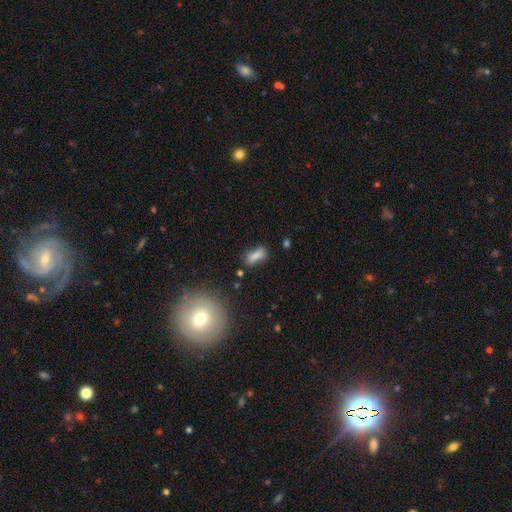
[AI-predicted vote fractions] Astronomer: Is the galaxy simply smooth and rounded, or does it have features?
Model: smooth — 79%.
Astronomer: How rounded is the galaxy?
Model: in between — 76%.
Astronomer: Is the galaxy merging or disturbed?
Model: none — 61%.